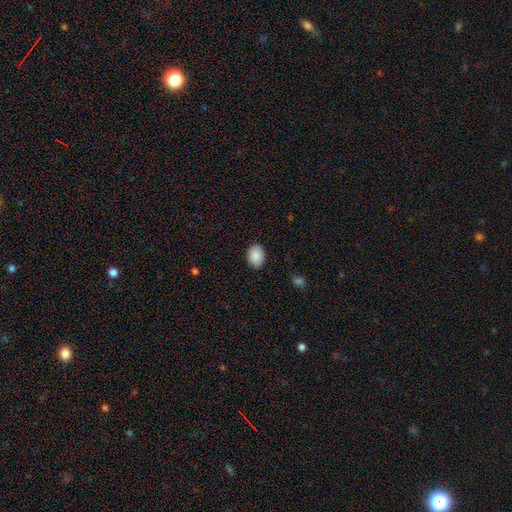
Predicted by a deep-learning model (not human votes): Smooth or featured? smooth (90%)
How rounded? in between (71%)
Merging? none (89%)